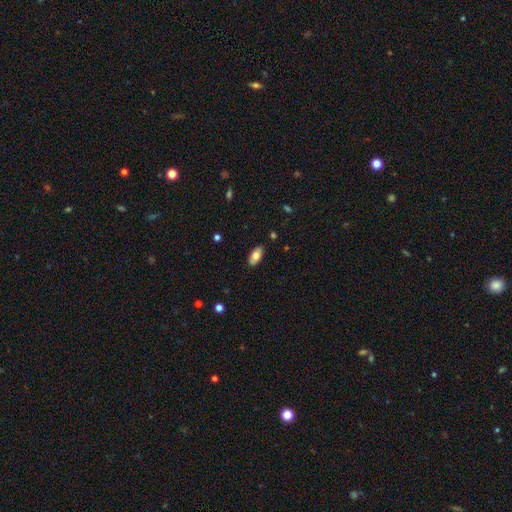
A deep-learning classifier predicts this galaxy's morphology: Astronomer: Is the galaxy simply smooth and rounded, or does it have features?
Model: smooth — 77%.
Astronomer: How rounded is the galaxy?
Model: in between — 92%.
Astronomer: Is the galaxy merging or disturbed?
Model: none — 87%.